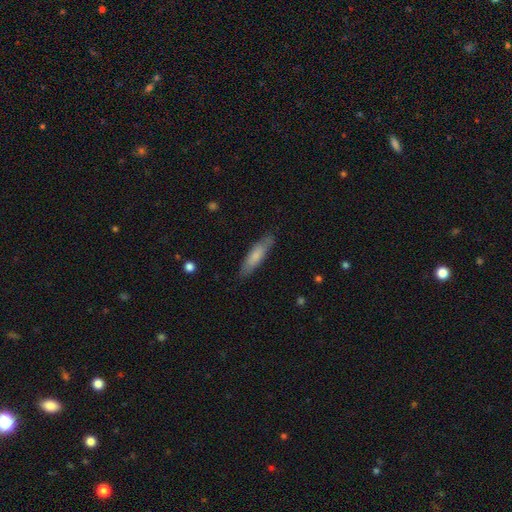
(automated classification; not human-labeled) Smooth or featured? smooth (74%)
How rounded? cigar-shaped (68%)
Merging? none (82%)